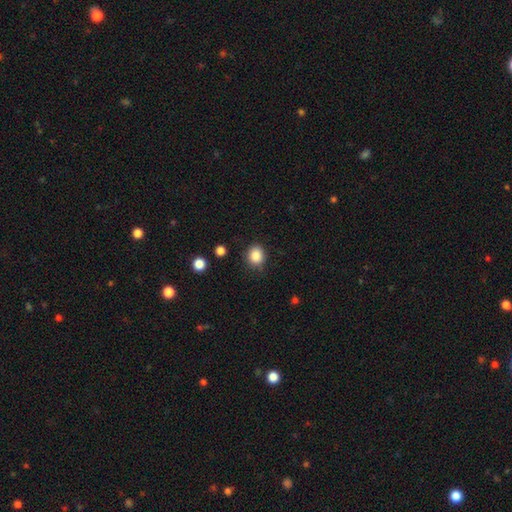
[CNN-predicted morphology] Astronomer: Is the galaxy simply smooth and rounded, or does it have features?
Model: smooth — 86%.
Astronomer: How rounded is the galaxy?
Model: round — 71%.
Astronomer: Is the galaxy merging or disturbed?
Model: none — 84%.